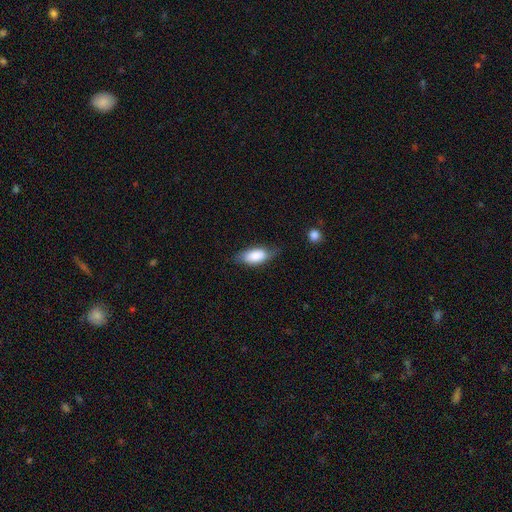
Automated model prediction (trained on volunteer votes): Smooth or featured? Predicted: smooth (p=0.80). How rounded? Predicted: in between (p=0.86). Merging? Predicted: none (p=0.68).